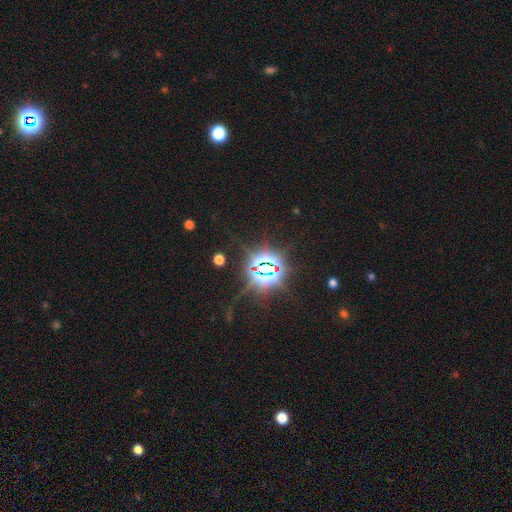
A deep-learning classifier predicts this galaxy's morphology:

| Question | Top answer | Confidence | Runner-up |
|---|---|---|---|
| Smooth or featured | star or artifact | 83% | smooth (10%) |